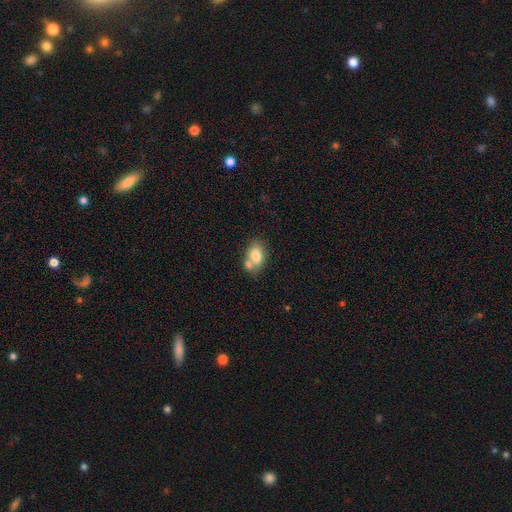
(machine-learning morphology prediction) smooth 75%, featured or disk 17%, star or artifact 8%. Down the decision tree: how rounded — in between (80%); merging — none (45%).